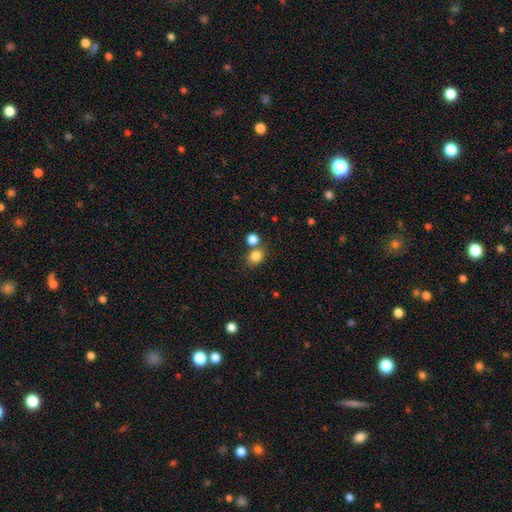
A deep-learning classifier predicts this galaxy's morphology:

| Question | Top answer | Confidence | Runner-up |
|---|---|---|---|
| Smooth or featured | smooth | 82% | star or artifact (12%) |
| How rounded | round | 65% | in between (34%) |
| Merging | none | 62% | merger (25%) |